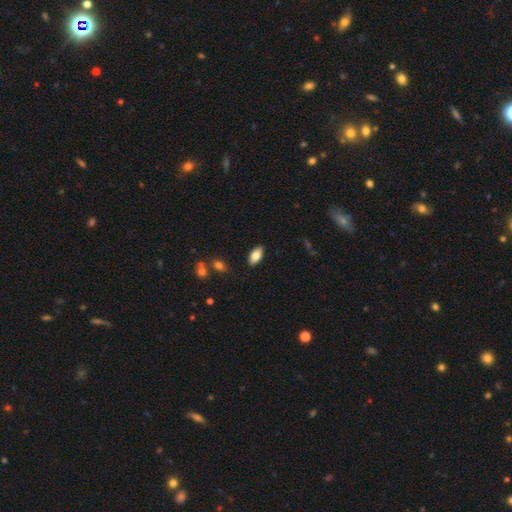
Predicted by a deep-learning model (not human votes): This is likely a smooth galaxy (78%). How rounded: clearly in between (92%). Merging: clearly none (88%).